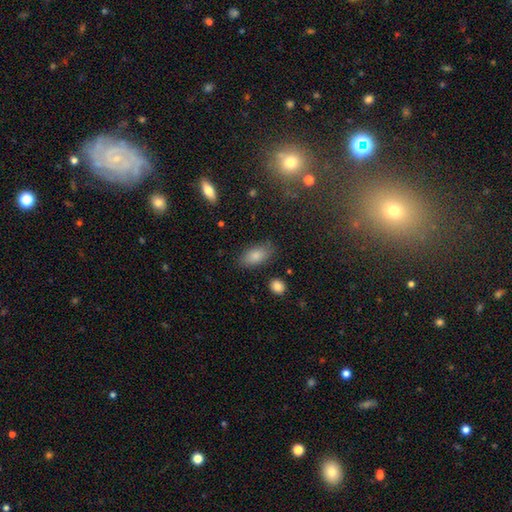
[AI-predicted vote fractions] Morphology: type=smooth (85%); roundness=in between (91%); merging=none (81%).